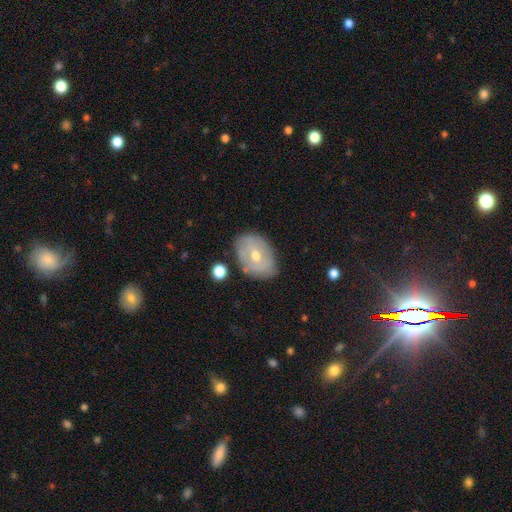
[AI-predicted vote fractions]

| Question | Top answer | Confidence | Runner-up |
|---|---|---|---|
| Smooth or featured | featured or disk | 51% | smooth (40%) |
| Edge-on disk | no | 93% | yes (7%) |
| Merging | none | 75% | minor disturbance (18%) |